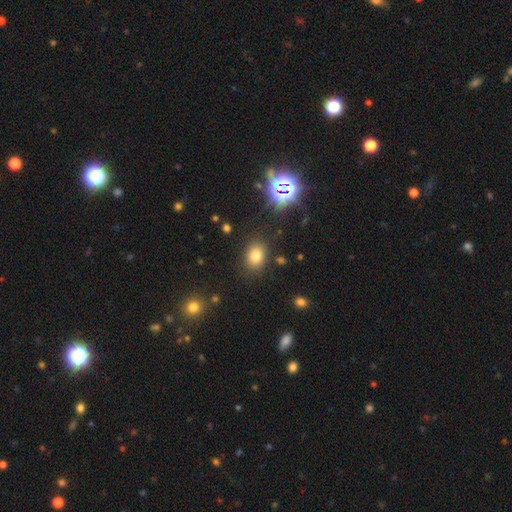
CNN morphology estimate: Smooth or featured? smooth (75%)
How rounded? in between (63%)
Merging? none (84%)